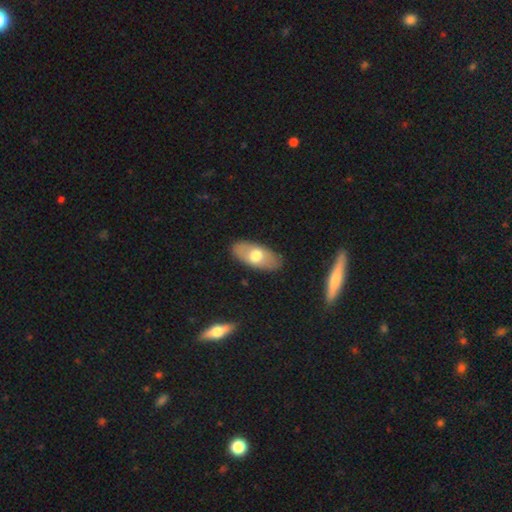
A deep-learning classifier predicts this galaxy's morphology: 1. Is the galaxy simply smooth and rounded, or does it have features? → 59% smooth, 35% featured or disk, 6% star or artifact.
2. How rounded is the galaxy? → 91% in between, 6% cigar-shaped, 4% round.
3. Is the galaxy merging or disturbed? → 86% none, 10% minor disturbance, 3% major disturbance, 1% merger.